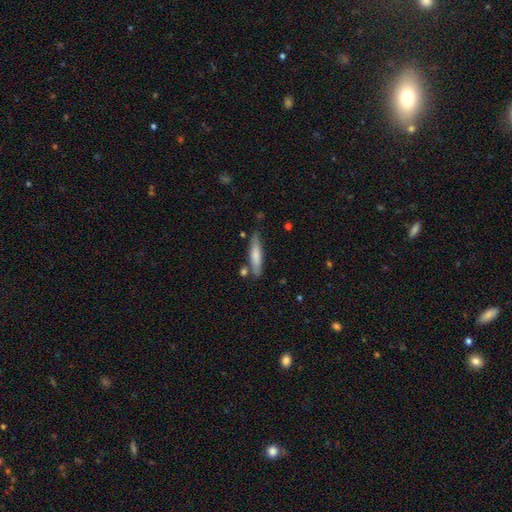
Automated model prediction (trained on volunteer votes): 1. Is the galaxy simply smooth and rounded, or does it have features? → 68% smooth, 27% featured or disk, 6% star or artifact.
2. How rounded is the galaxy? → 83% cigar-shaped, 16% in between, 2% round.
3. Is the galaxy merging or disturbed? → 75% none, 15% minor disturbance, 7% merger, 3% major disturbance.